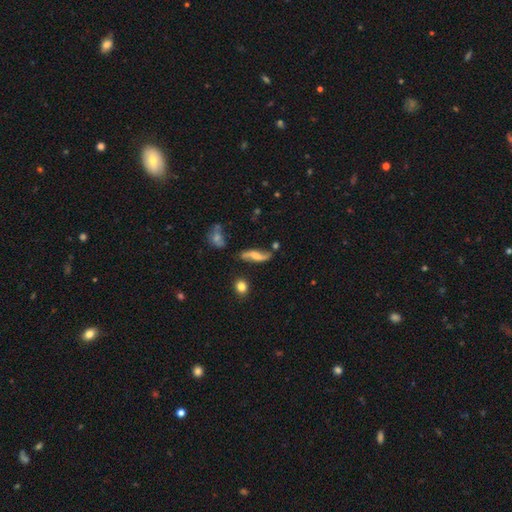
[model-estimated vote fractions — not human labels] featured or disk 68%, smooth 25%, star or artifact 8%. Down the decision tree: edge-on disk — no (83%); bar — no (48%); spiral arms — yes (92%); spiral arm count — 2 (91%); spiral winding — loose (86%); bulge size — moderate (35%); merging — none (68%).